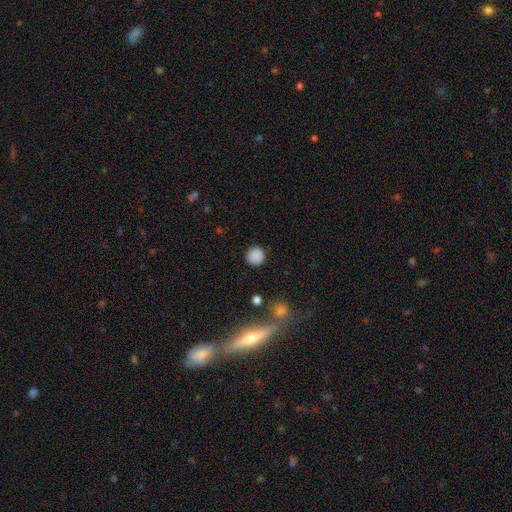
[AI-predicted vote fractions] smooth_or_featured: smooth (p=0.86) [alt: star or artifact p=0.11]
how_rounded: round (p=0.94) [alt: in between p=0.05]
merging: none (p=0.90) [alt: minor disturbance p=0.06]